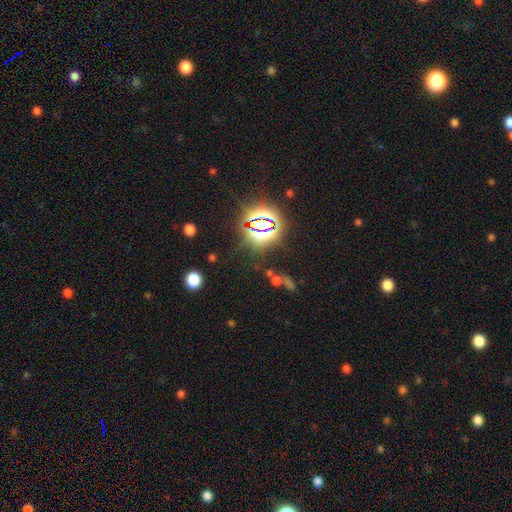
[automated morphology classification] A star or artifact, not a galaxy (81%).

Vote fractions:
- Smooth or featured? star or artifact: 81% / smooth: 12% / featured or disk: 7%